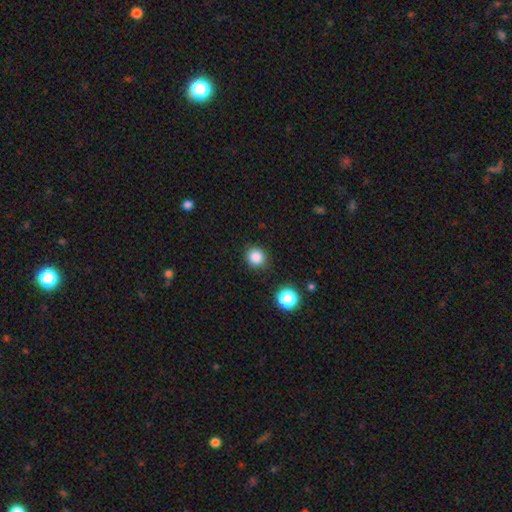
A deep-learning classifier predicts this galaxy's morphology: Smooth or featured? Predicted: smooth (p=0.85). How rounded? Predicted: round (p=0.91). Merging? Predicted: none (p=0.88).